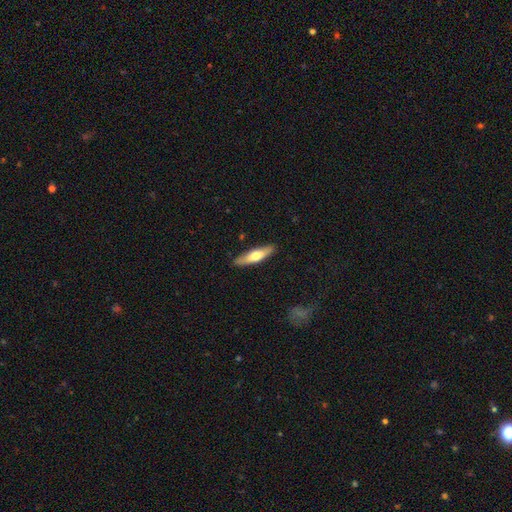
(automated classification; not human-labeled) smooth 53%, featured or disk 41%, star or artifact 5%. Down the decision tree: how rounded — cigar-shaped (73%); merging — none (88%).